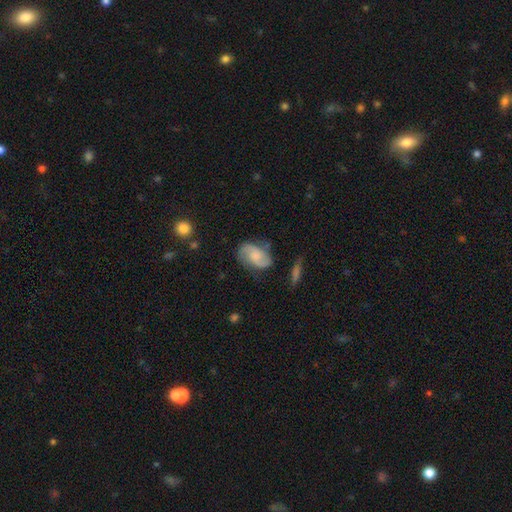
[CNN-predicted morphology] Smooth or featured? featured or disk (72%)
Edge-on disk? no (97%)
Bar? no (58%)
Spiral arms? yes (95%)
Spiral winding? medium (45%)
Spiral arm count? 2 (90%)
Bulge size? none (37%)
Merging? none (69%)